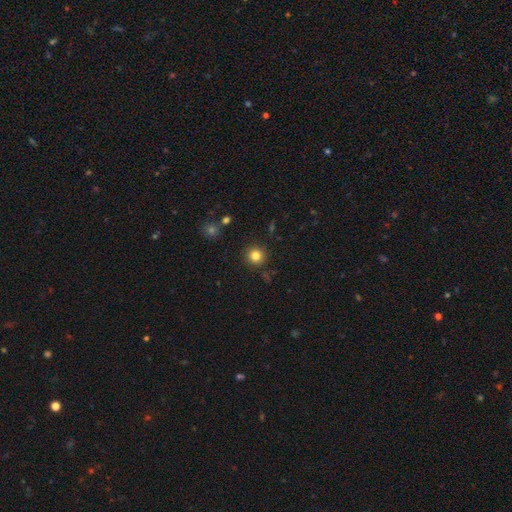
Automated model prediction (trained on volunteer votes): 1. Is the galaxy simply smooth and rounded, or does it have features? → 81% smooth, 12% star or artifact, 6% featured or disk.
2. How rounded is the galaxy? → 94% round, 5% in between, 1% cigar-shaped.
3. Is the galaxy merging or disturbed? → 89% none, 6% minor disturbance, 2% major disturbance, 2% merger.